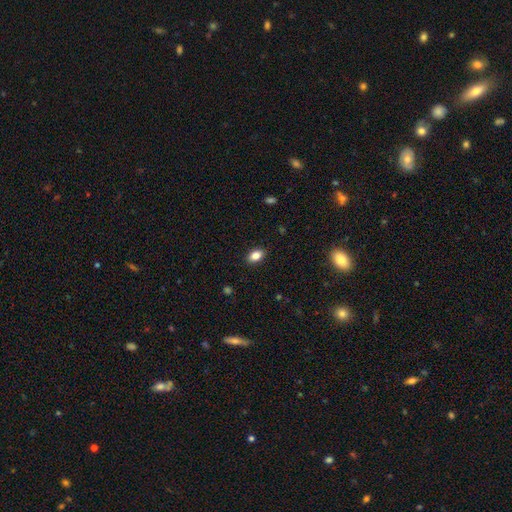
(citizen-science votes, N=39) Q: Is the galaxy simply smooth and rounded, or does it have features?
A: smooth — 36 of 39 (92%).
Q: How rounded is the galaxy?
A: in between — 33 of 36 (92%).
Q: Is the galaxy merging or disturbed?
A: none — 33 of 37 (89%).